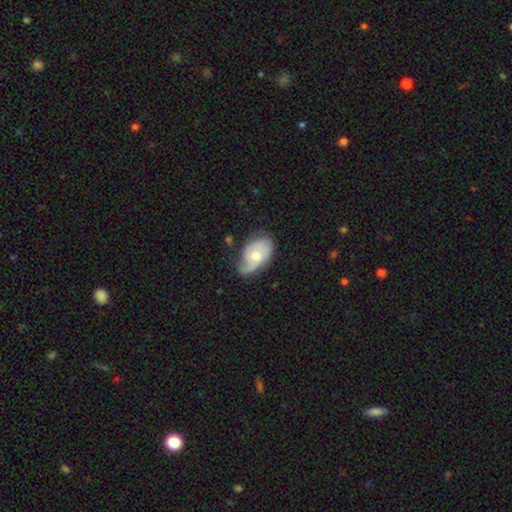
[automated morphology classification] type=featured or disk (65%); edge-on=no (95%); bar=no (65%); spiral arms=yes (87%); winding=medium (41%); arm count=2 (45%); bulge=moderate (62%); merging=none (52%).